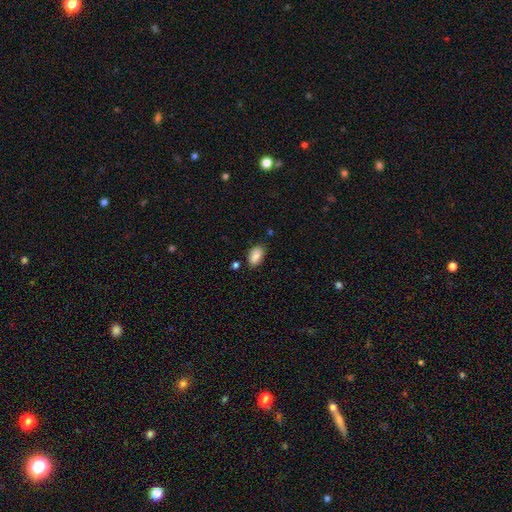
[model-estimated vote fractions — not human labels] smooth-or-featured: smooth: 88% | star or artifact: 7% | featured or disk: 5%
  how-rounded: in between: 93% | round: 4% | cigar-shaped: 3%
  merging: none: 80% | minor disturbance: 14% | merger: 4% | major disturbance: 3%